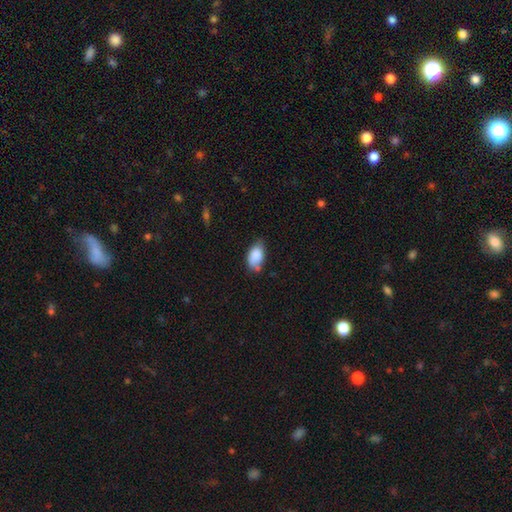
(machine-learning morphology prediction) Smooth or featured? Predicted: smooth (p=0.83). How rounded? Predicted: in between (p=0.91). Merging? Predicted: none (p=0.50).